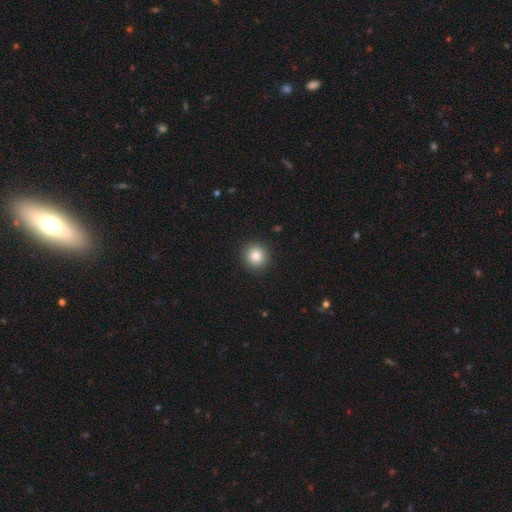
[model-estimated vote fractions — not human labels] Morphology: type=smooth (85%); roundness=round (91%); merging=none (92%).